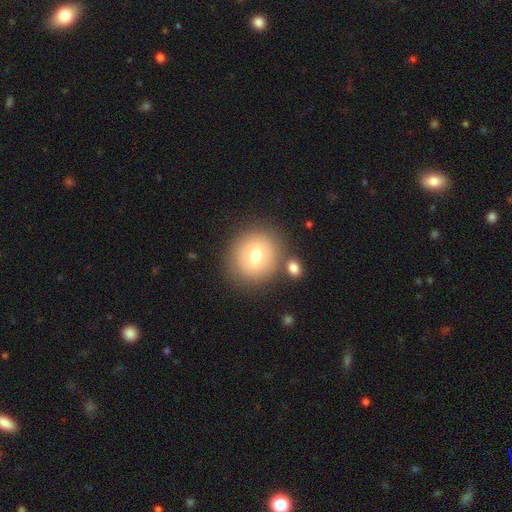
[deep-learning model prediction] This appears to be a smooth galaxy with no disk features (71%) that is round (84%). Merging: none (77%).